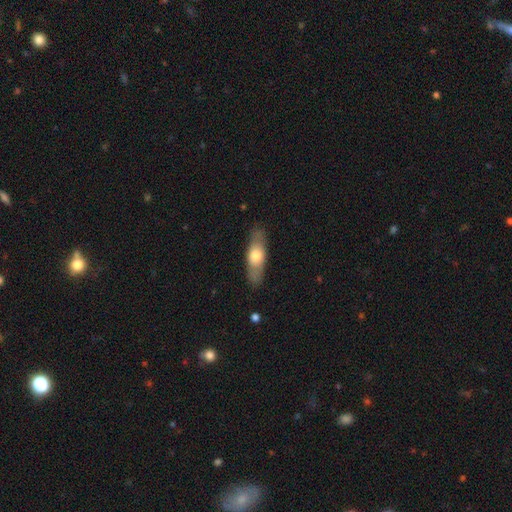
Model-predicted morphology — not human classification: smooth-or-featured: smooth: 58% | featured or disk: 36% | star or artifact: 6%
  how-rounded: in between: 56% | cigar-shaped: 40% | round: 4%
  merging: none: 83% | minor disturbance: 12% | major disturbance: 3% | merger: 1%